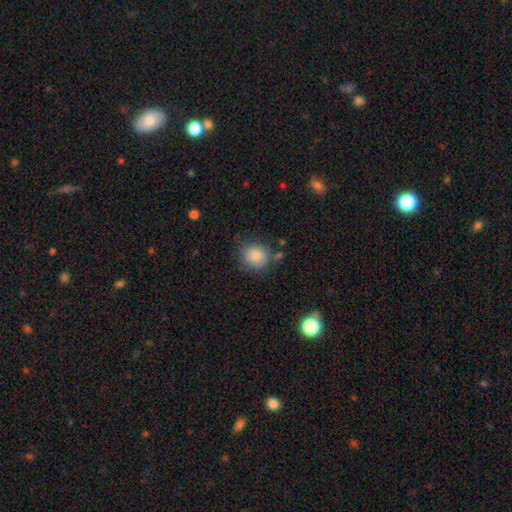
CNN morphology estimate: A smooth galaxy with no disk features (82%) that is round (82%). Merging: none (74%).